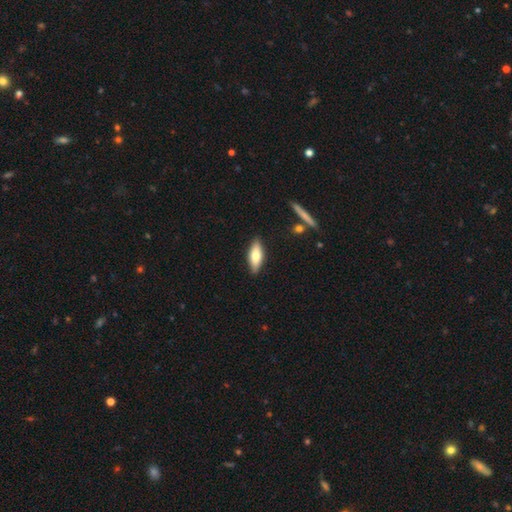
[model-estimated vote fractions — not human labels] The model was most divided on "how rounded": in between: 64%, cigar-shaped: 34%, round: 2%. More confident: merging — none (86%); smooth or featured — smooth (70%).